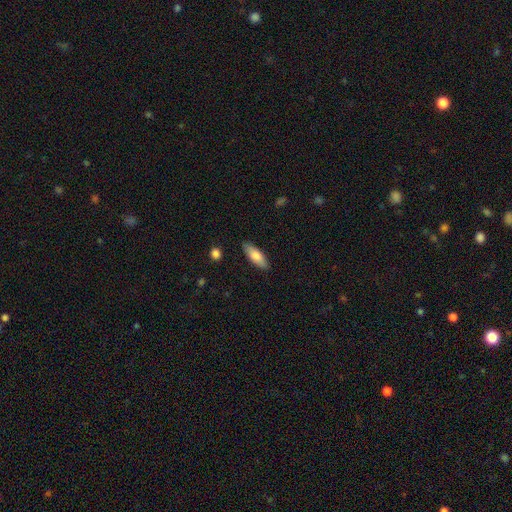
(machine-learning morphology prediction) A smooth galaxy with no disk features (79%) that is in between round and cigar-shaped (68%). Merging: none (87%).